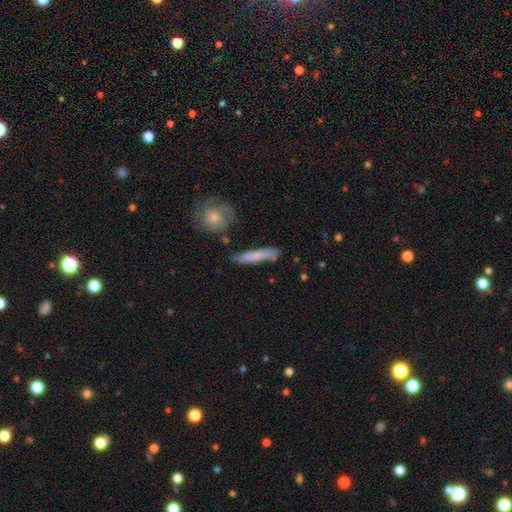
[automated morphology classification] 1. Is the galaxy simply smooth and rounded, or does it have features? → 66% smooth, 27% featured or disk, 7% star or artifact.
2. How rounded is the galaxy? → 88% cigar-shaped, 10% in between, 2% round.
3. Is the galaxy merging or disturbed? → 75% none, 16% minor disturbance, 5% merger, 4% major disturbance.